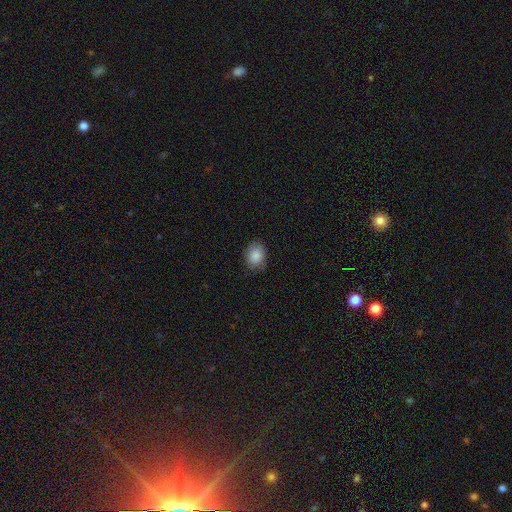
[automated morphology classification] Smooth or featured?
  - smooth: 87% *
  - star or artifact: 8%
  - featured or disk: 6%
How rounded?
  - in between: 55% *
  - round: 44%
  - cigar-shaped: 1%
Merging?
  - none: 81% *
  - minor disturbance: 15%
  - major disturbance: 3%
  - merger: 1%